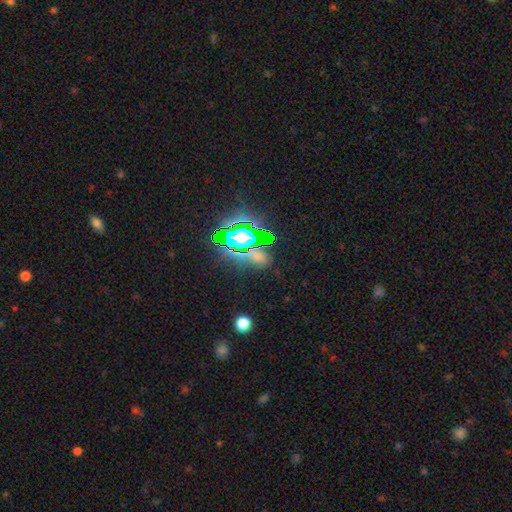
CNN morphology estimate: Q: Smooth or featured?
A: star or artifact (60%); runner-up: smooth (29%)